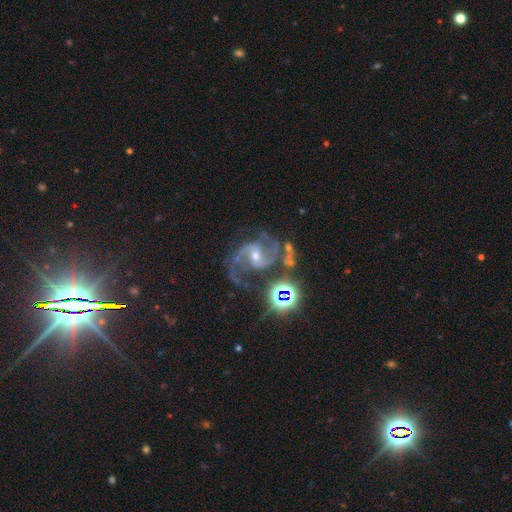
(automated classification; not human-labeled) Smooth or featured? Predicted: featured or disk (p=0.88). Edge-on disk? Predicted: no (p=0.98). Bar? Predicted: weak (p=0.45). Spiral arms? Predicted: yes (p=0.98). Spiral winding? Predicted: medium (p=0.62). Spiral arm count? Predicted: 2 (p=0.89). Bulge size? Predicted: moderate (p=0.51). Merging? Predicted: none (p=0.61).